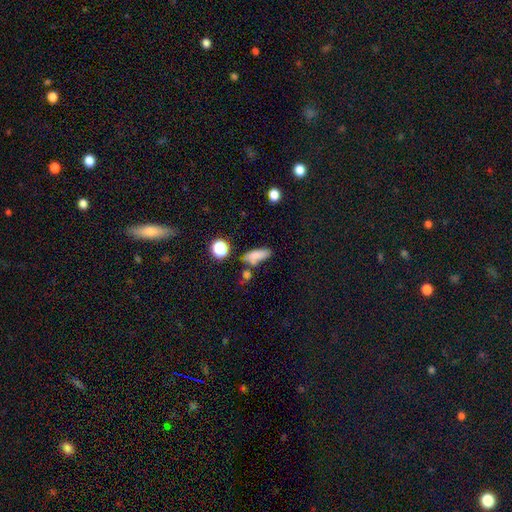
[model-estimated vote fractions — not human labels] A smooth galaxy with no disk features (76%) that is in between round and cigar-shaped (65%). Merging: none (55%).